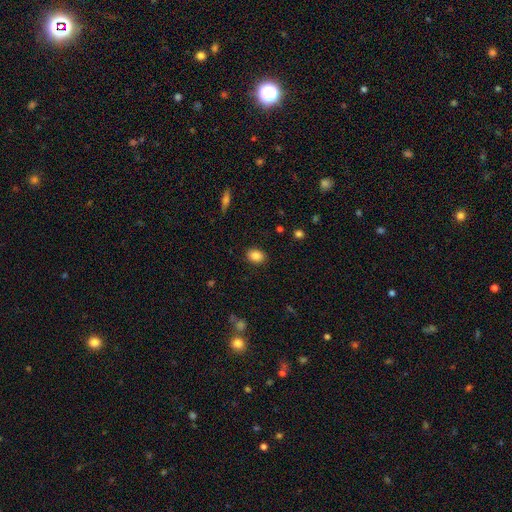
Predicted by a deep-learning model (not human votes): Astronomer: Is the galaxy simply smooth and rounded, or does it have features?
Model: smooth — 87%.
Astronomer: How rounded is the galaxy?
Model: in between — 68%.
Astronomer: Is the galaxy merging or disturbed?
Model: none — 88%.